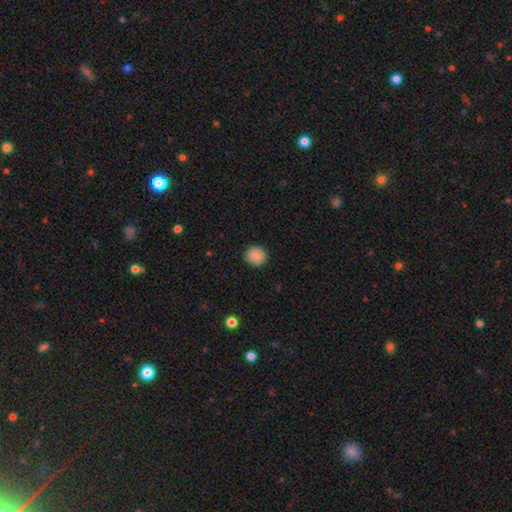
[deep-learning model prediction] A smooth galaxy with no disk features (88%) that is round (90%). Merging: none (90%).